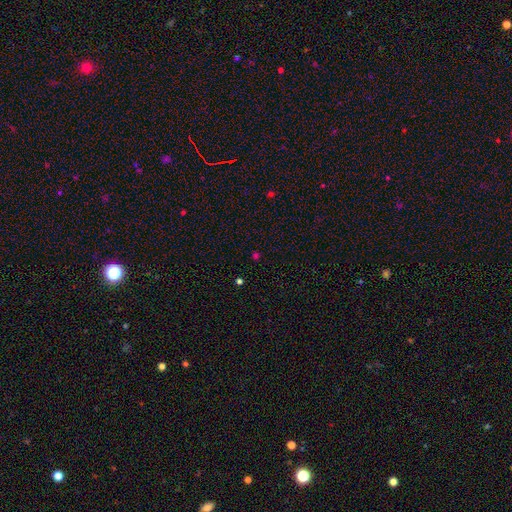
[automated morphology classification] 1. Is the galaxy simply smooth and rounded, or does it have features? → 50% star or artifact, 44% smooth, 6% featured or disk.